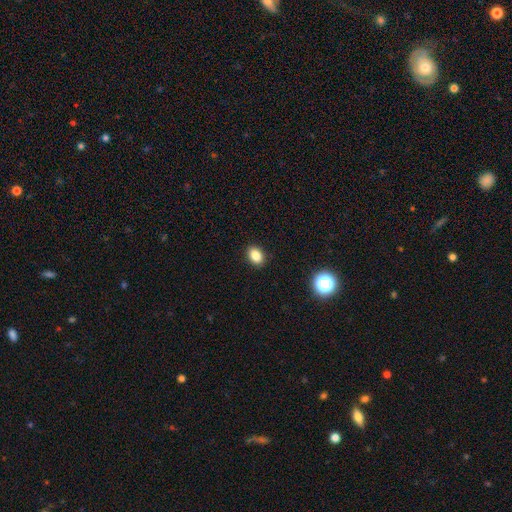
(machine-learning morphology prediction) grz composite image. It shows a smooth galaxy with no disk features (85%) that is in between round and cigar-shaped (72%). Merging: none (90%).